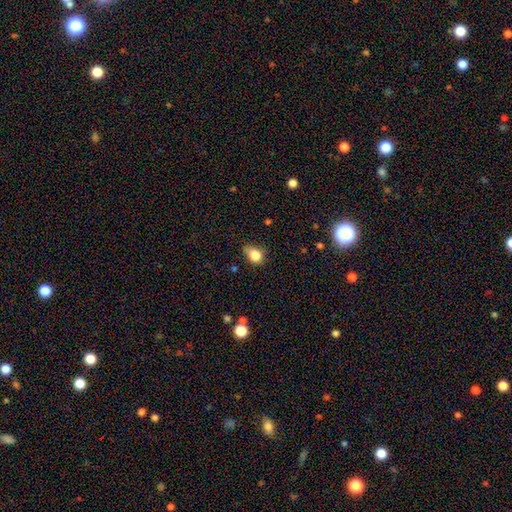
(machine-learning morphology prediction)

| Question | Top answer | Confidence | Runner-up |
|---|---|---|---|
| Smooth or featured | smooth | 82% | star or artifact (11%) |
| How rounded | round | 50% | in between (49%) |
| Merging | none | 49% | minor disturbance (38%) |